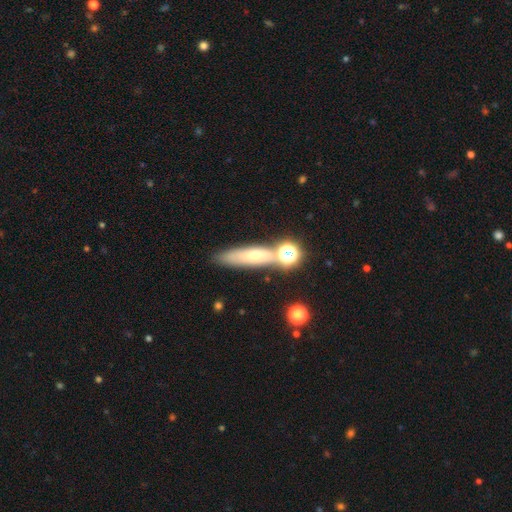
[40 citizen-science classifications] Smooth or featured? 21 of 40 (52%) said smooth. How rounded? 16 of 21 (76%) said cigar-shaped. Merging? 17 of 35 (49%) said none.